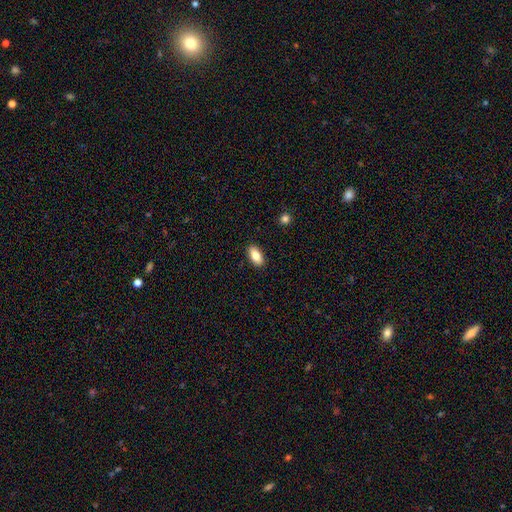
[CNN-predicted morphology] smooth_or_featured: smooth (p=0.82) [alt: featured or disk p=0.11]
how_rounded: in between (p=0.90) [alt: cigar-shaped p=0.07]
merging: none (p=0.90) [alt: minor disturbance p=0.07]